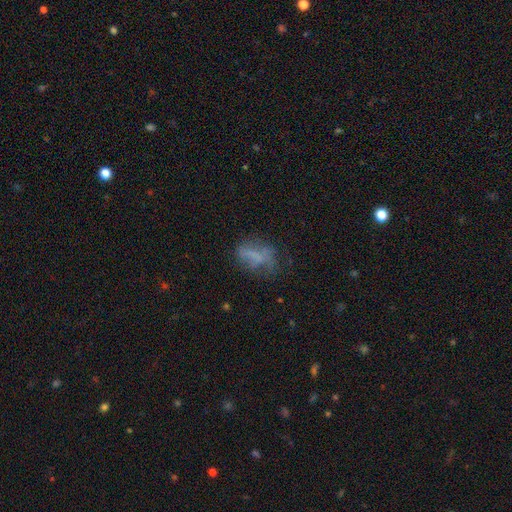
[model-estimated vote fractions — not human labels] This is possibly a smooth galaxy (51%). How rounded: likely in between (76%). Merging: possibly none (46%).